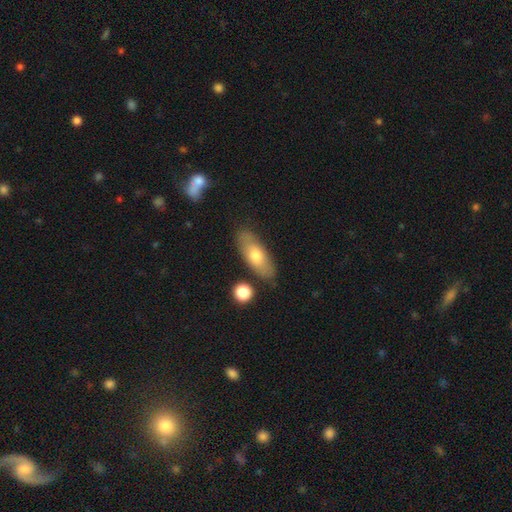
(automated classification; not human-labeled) Morphology: type=smooth (65%); roundness=in between (74%); merging=none (79%).